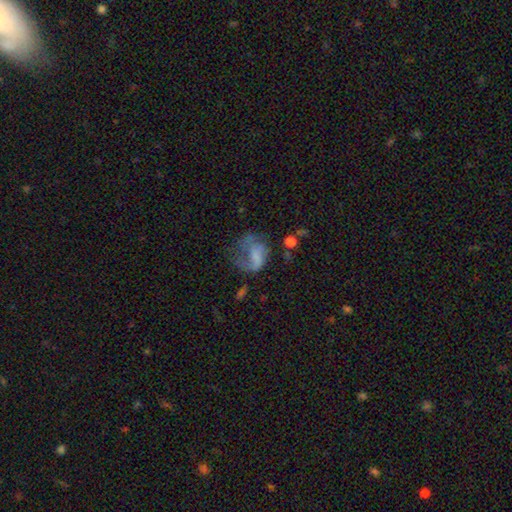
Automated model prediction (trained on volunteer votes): Smooth or featured: featured or disk — 46% (smooth — 42%)
Merging: major disturbance — 49% (none — 26%)